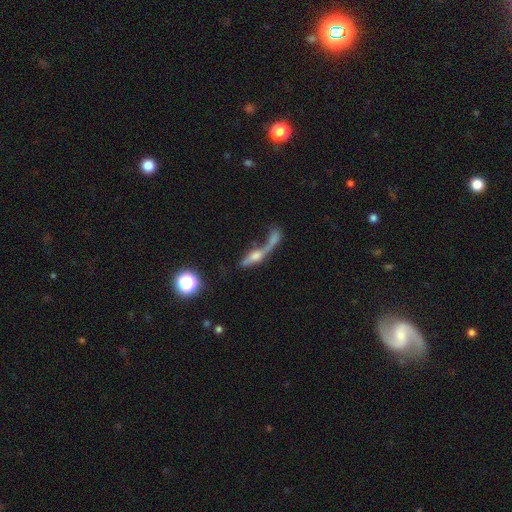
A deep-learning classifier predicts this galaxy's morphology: featured or disk 58%, smooth 29%, star or artifact 13%. Down the decision tree: edge-on disk — yes (65%); merging — merger (46%).